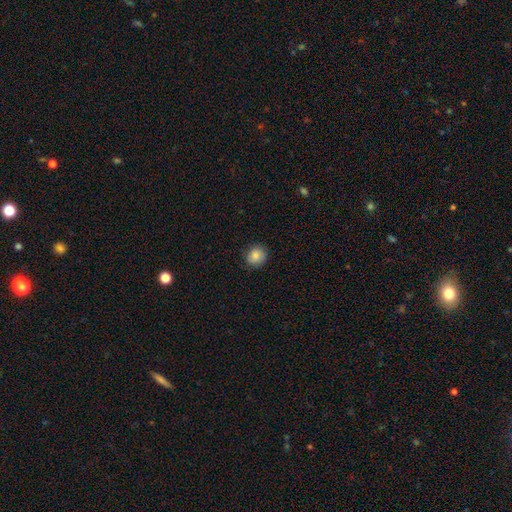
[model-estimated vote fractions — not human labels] Overall: smooth (84%). How rounded: round (84%). Merging: none (83%).